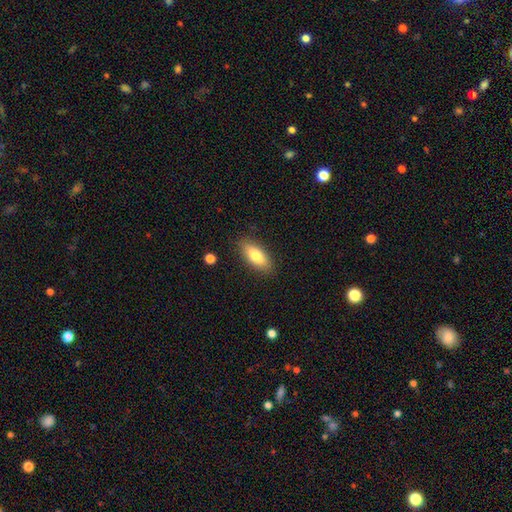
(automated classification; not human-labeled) smooth_or_featured: smooth (p=0.78) [alt: featured or disk p=0.15]
how_rounded: in between (p=0.78) [alt: cigar-shaped p=0.19]
merging: none (p=0.86) [alt: minor disturbance p=0.10]